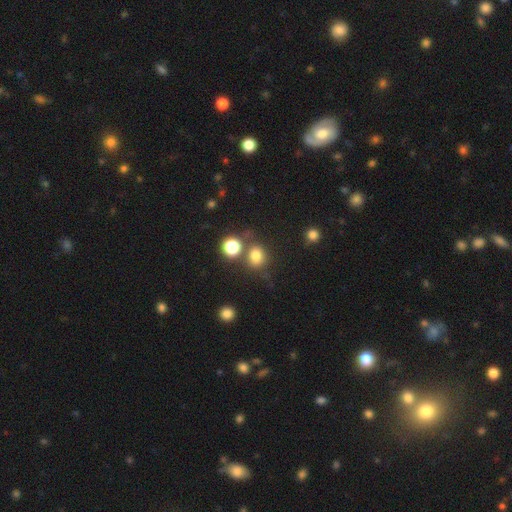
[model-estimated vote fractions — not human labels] This appears to be a smooth galaxy with no disk features (78%) that is round (66%). Merging: none (67%).